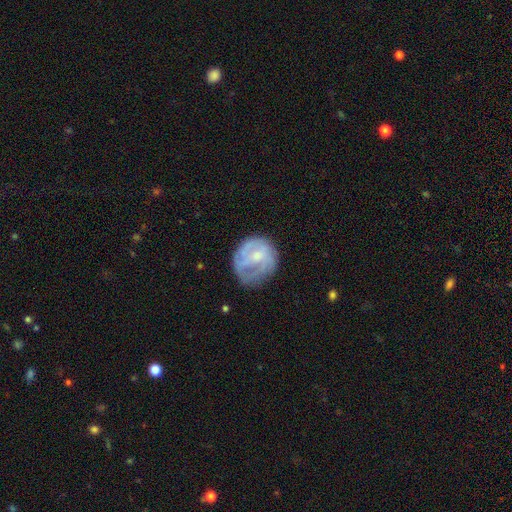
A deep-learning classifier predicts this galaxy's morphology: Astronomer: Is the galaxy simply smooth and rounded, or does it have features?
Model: featured or disk — 57% (runner-up: smooth, 36%).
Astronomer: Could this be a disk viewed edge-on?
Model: no — 97%.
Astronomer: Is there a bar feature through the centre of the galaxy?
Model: no — 49% (runner-up: weak, 41%).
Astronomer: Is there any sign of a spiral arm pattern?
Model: yes — 59% (runner-up: no, 41%).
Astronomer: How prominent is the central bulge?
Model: small — 49% (runner-up: moderate, 35%).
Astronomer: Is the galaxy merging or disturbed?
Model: none — 58%.